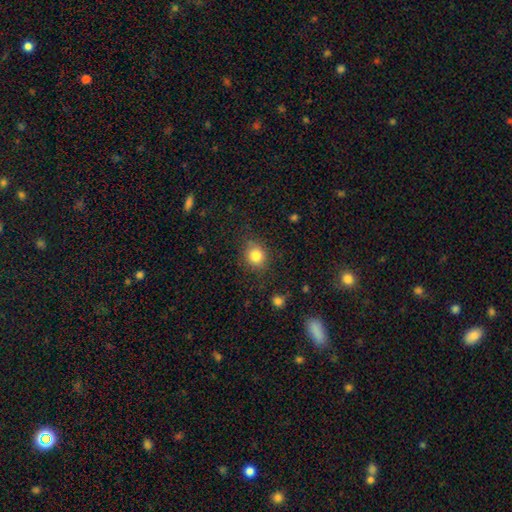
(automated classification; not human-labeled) smooth 83%, star or artifact 11%, featured or disk 6%. Down the decision tree: how rounded — round (79%); merging — none (82%).